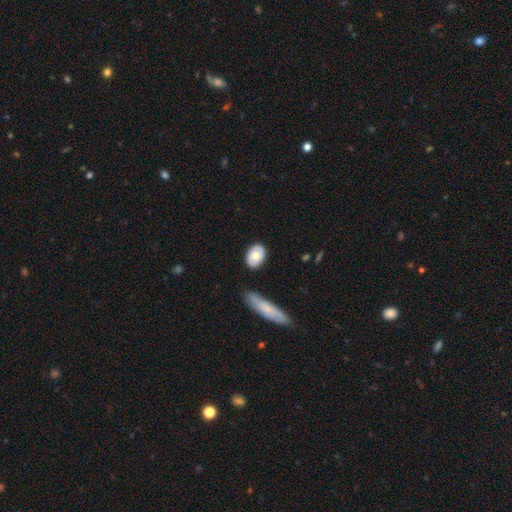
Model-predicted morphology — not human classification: smooth 64%, featured or disk 30%, star or artifact 6%. Down the decision tree: how rounded — in between (84%); merging — none (83%).